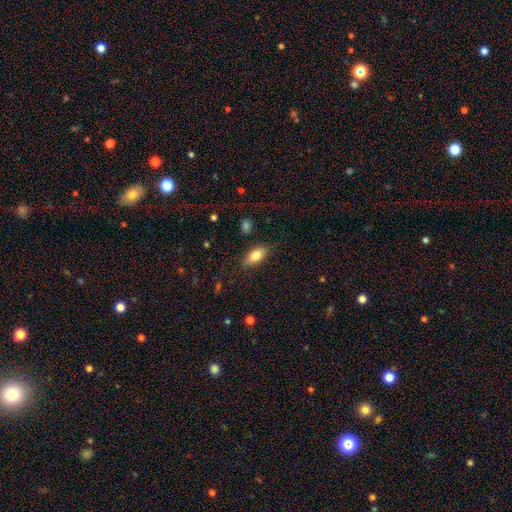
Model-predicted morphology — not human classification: Smooth or featured? Predicted: smooth (p=0.79). How rounded? Predicted: in between (p=0.85). Merging? Predicted: none (p=0.83).